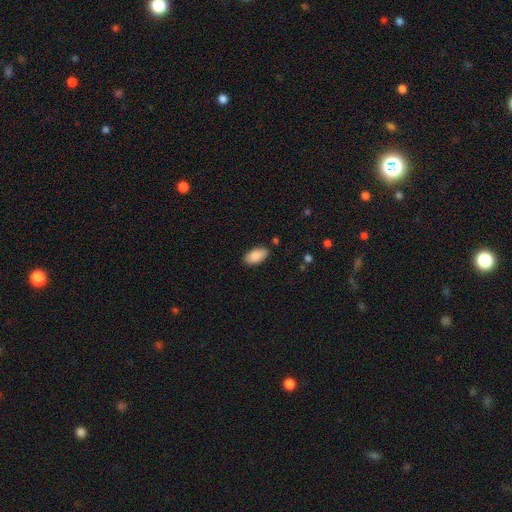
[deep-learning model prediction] This is clearly a smooth galaxy (88%). How rounded: clearly in between (95%). Merging: clearly none (86%).